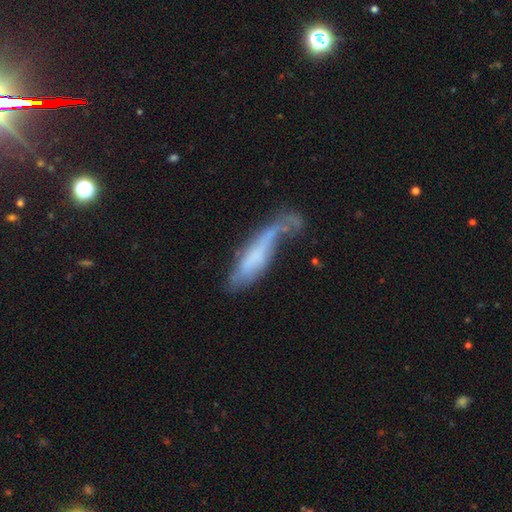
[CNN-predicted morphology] This appears to be a smooth galaxy with no disk features (50%). Merging: major disturbance (40%).